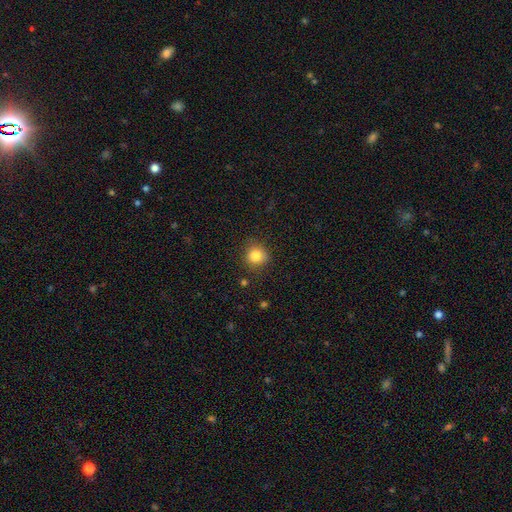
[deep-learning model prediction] Smooth or featured?
  - smooth: 83% *
  - star or artifact: 11%
  - featured or disk: 6%
How rounded?
  - round: 86% *
  - in between: 13%
  - cigar-shaped: 1%
Merging?
  - none: 82% *
  - minor disturbance: 13%
  - major disturbance: 3%
  - merger: 2%